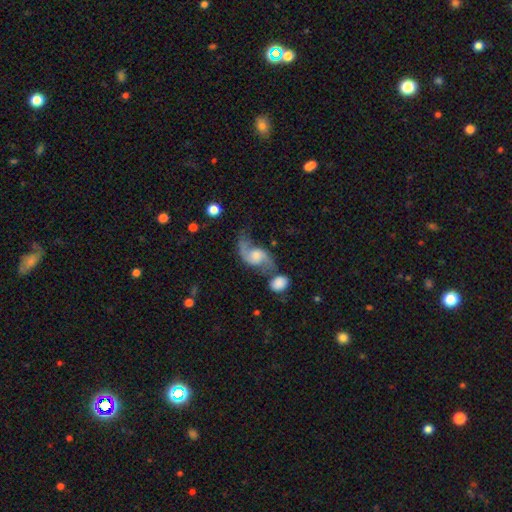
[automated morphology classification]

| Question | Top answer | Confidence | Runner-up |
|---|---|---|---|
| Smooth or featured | featured or disk | 82% | smooth (12%) |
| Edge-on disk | no | 97% | yes (3%) |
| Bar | no | 58% | weak (35%) |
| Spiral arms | yes | 95% | no (5%) |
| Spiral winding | loose | 74% | medium (21%) |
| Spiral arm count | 2 | 90% | 1 (4%) |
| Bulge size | moderate | 42% | small (26%) |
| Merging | none | 44% | merger (23%) |